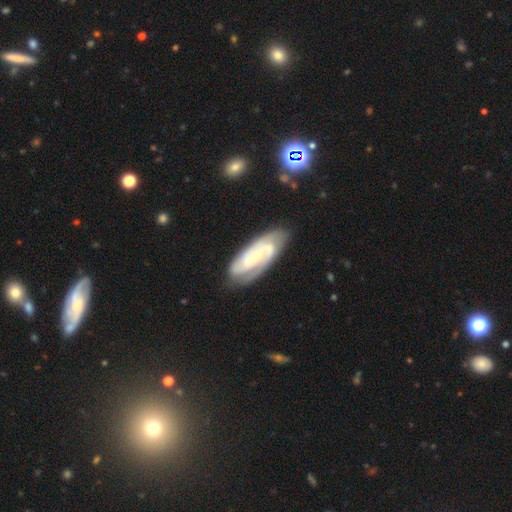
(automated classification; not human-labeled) This is likely a featured or disk galaxy (80%). It is clearly not viewed edge-on (92%). Bar: marginally weak (39%). Spiral arm pattern: clearly yes (95%). Spiral arm count: likely 2 (60%). Spiral winding: possibly tight (55%). Central bulge: likely small (62%). Merging: likely none (77%).